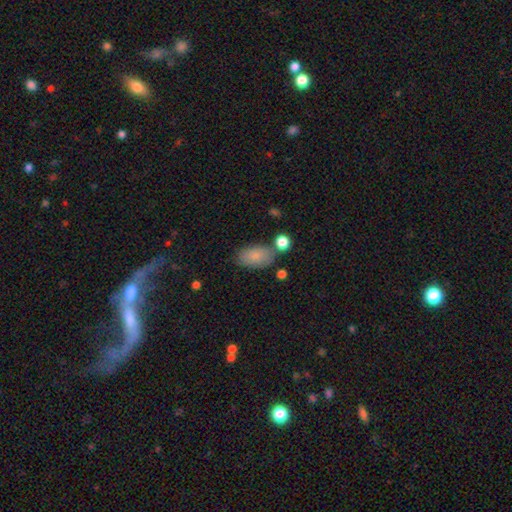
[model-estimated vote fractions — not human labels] Smooth or featured? smooth (83%)
How rounded? in between (92%)
Merging? none (69%)